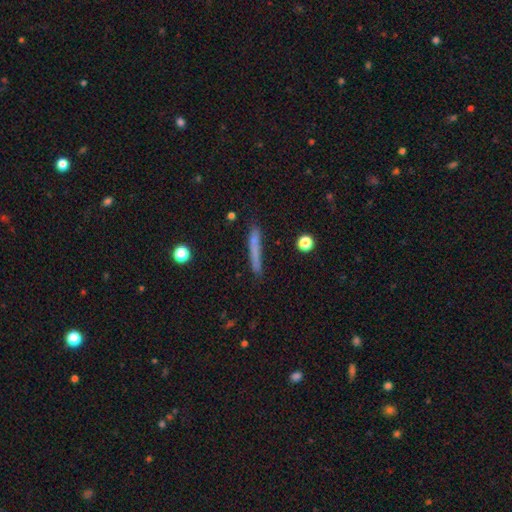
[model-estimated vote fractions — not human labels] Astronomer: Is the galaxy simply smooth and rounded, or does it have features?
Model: smooth — 53% (runner-up: featured or disk, 33%).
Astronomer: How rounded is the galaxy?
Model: cigar-shaped — 92%.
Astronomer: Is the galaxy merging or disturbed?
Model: none — 84%.